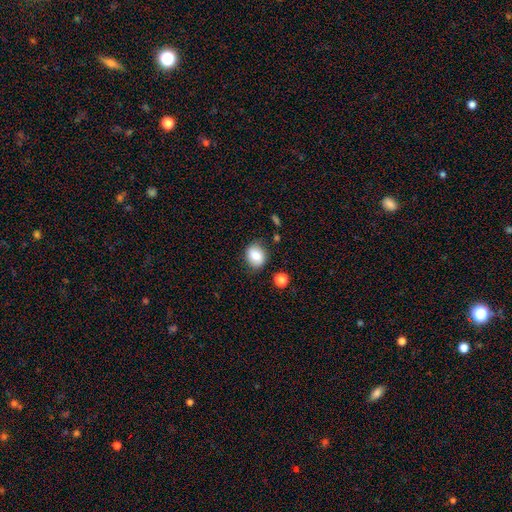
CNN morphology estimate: Smooth or featured? Predicted: smooth (p=0.78). How rounded? Predicted: round (p=0.62). Merging? Predicted: none (p=0.80).